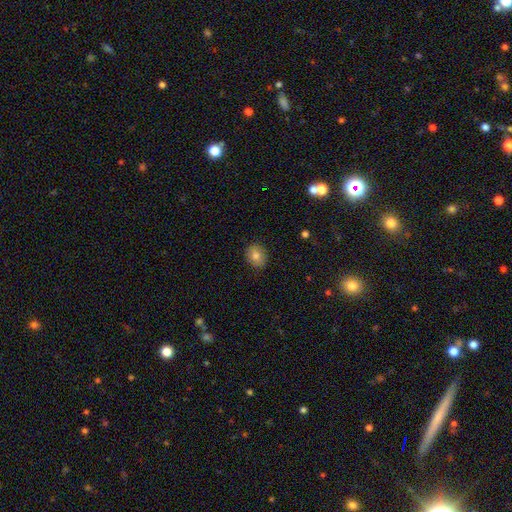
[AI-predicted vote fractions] This is likely a smooth galaxy (80%). How rounded: likely round (61%). Merging: clearly none (88%).